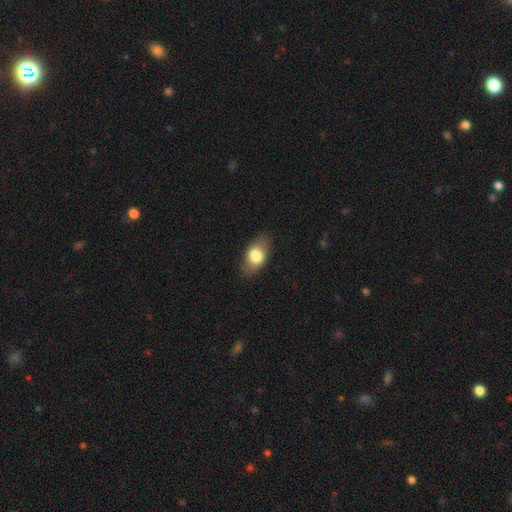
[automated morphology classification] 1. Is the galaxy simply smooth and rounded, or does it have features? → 74% smooth, 19% featured or disk, 7% star or artifact.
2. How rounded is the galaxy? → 87% in between, 9% round, 4% cigar-shaped.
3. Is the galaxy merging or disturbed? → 84% none, 12% minor disturbance, 3% major disturbance, 1% merger.